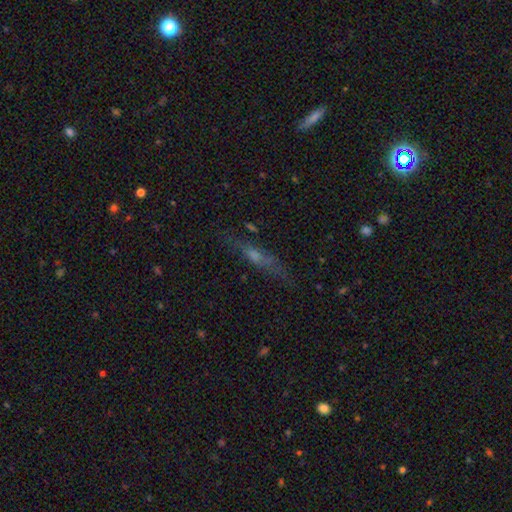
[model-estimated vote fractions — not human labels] This appears to be a featured or disk galaxy (49%). Merging: none (73%).